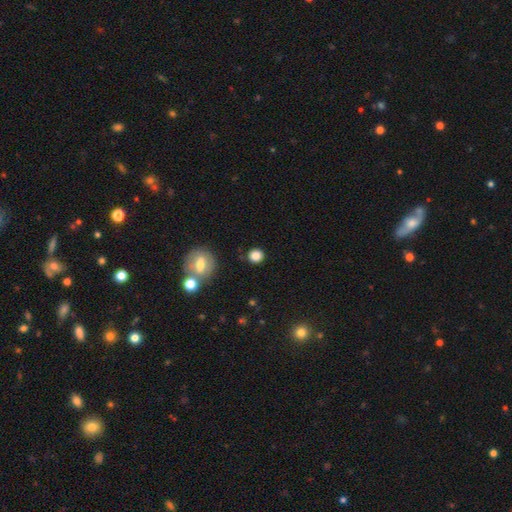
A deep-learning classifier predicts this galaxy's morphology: type=smooth (84%); roundness=round (87%); merging=none (86%).